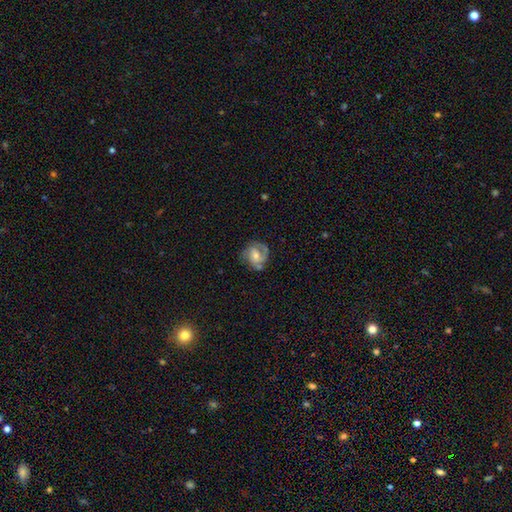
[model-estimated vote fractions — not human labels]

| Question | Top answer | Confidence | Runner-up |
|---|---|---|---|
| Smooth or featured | featured or disk | 74% | smooth (20%) |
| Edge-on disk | no | 98% | yes (2%) |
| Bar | no | 54% | weak (37%) |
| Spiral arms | yes | 91% | no (9%) |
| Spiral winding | medium | 44% | tight (41%) |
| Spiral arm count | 2 | 59% | 3 (16%) |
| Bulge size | moderate | 52% | small (39%) |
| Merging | none | 63% | minor disturbance (22%) |